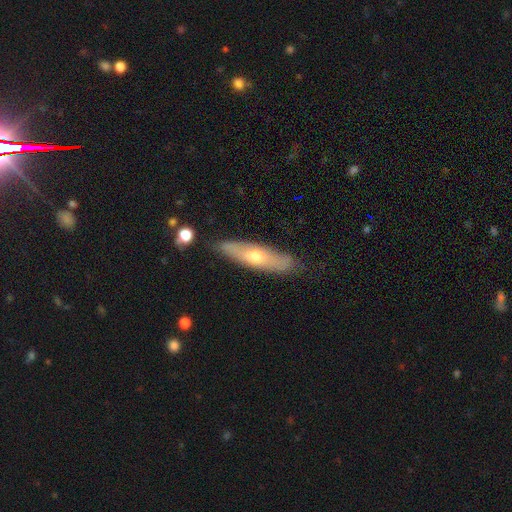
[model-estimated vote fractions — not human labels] The model was most divided on "smooth or featured" (2-way tie): featured or disk: 47%, smooth: 47%, star or artifact: 6%. More confident: merging — none (79%).